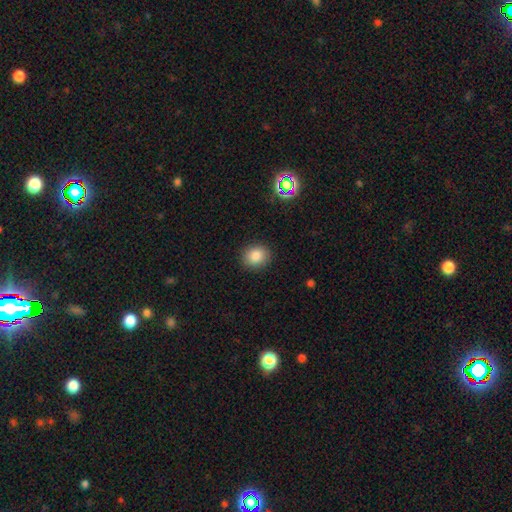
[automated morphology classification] smooth-or-featured: smooth: 85% | star or artifact: 10% | featured or disk: 5%
  how-rounded: round: 71% | in between: 28% | cigar-shaped: 1%
  merging: none: 90% | minor disturbance: 7% | major disturbance: 2% | merger: 1%